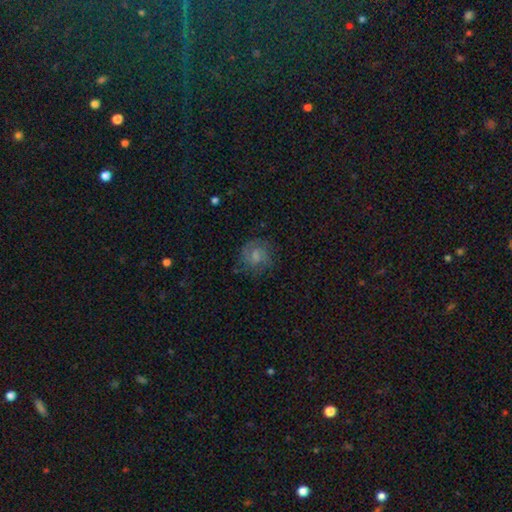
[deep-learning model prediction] This is possibly a featured or disk galaxy (55%). It is clearly not viewed edge-on (98%). Bar: possibly weak (53%). Spiral arm pattern: clearly yes (87%). Central bulge: marginally small (37%). Merging: likely none (72%).